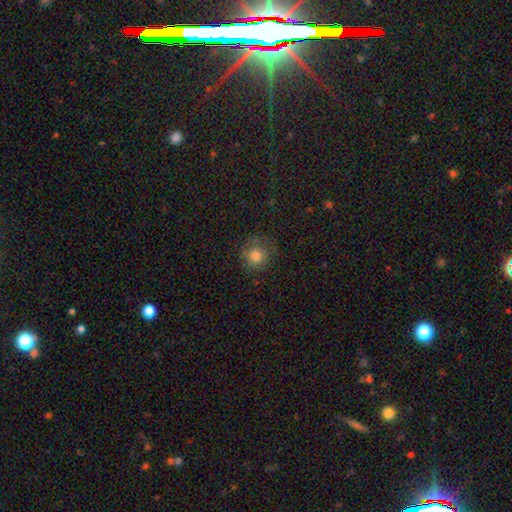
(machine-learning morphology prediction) type=smooth (79%); roundness=round (89%); merging=none (72%).